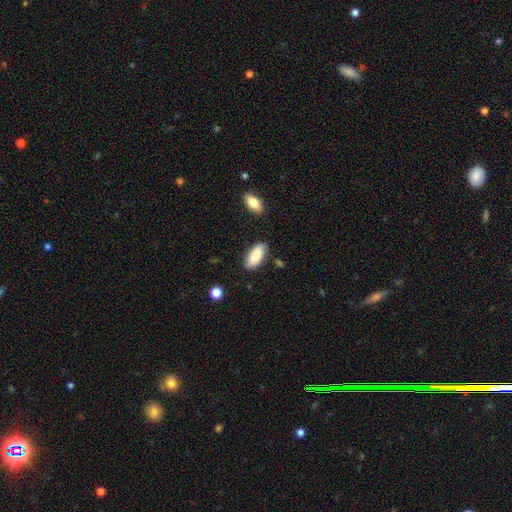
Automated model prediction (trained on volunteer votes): smooth 86%, featured or disk 8%, star or artifact 6%. Down the decision tree: how rounded — in between (88%); merging — none (82%).